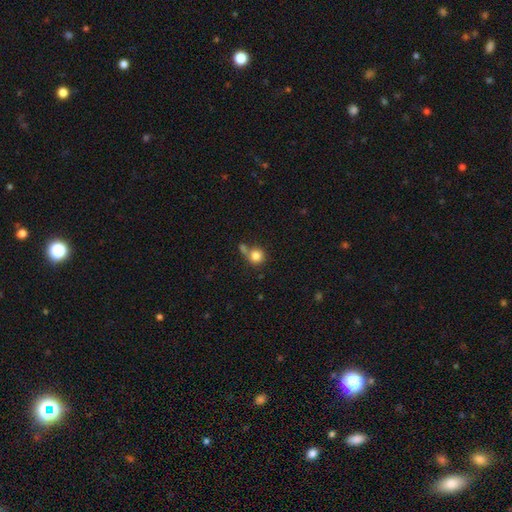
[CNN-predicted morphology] The model was most divided on "merging": none: 54%, merger: 30%, minor disturbance: 11%, major disturbance: 5%. More confident: how rounded — round (91%); smooth or featured — smooth (83%).